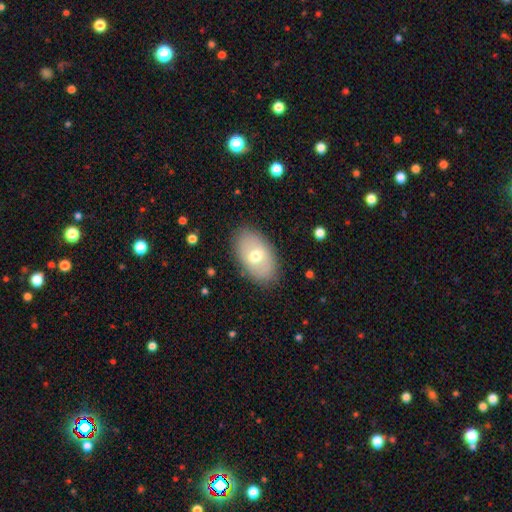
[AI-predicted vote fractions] smooth 61%, featured or disk 31%, star or artifact 8%. Down the decision tree: how rounded — in between (91%); merging — none (85%).